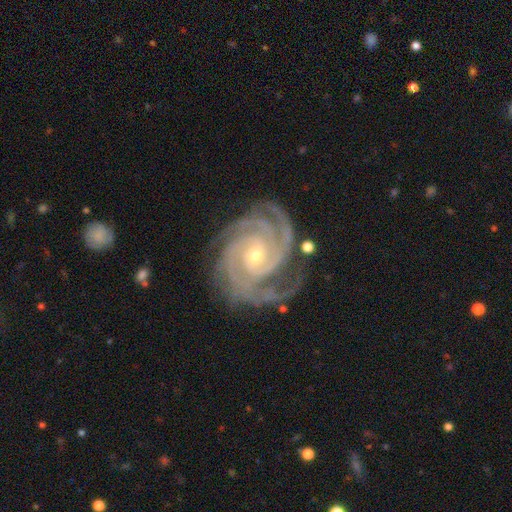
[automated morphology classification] This appears to be a featured or disk galaxy (93%) with no bar (63%), 3 (34%) tight (77%) spiral arms (99%) and a small central bulge (64%). Merging: none (74%).